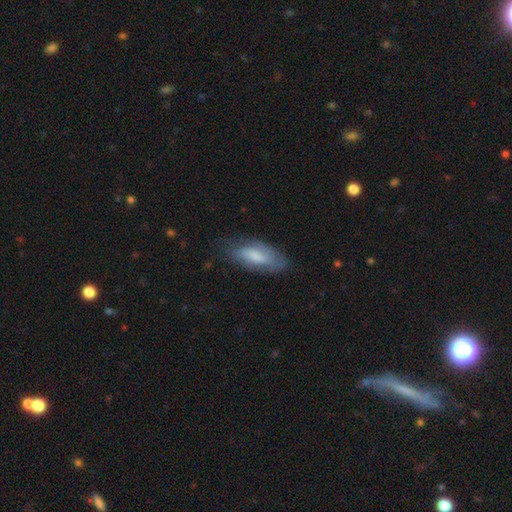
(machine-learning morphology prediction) Q: Smooth or featured?
A: smooth (65%); runner-up: featured or disk (28%)
Q: How rounded?
A: in between (77%); runner-up: cigar-shaped (21%)
Q: Merging?
A: none (65%); runner-up: minor disturbance (25%)